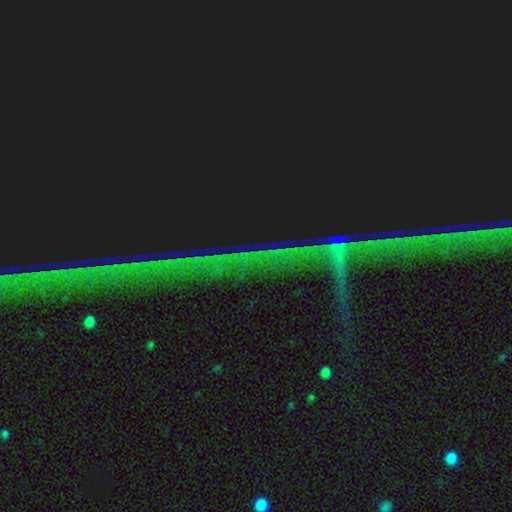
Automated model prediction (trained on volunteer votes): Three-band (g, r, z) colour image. It shows a star or artifact, not a galaxy (81%).